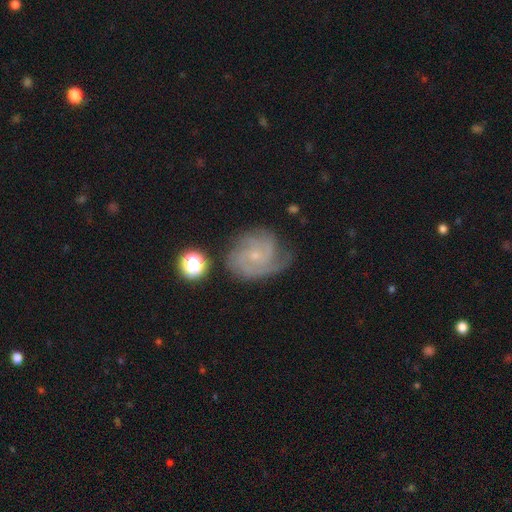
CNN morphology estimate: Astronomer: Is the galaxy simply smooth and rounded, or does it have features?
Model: featured or disk — 83%.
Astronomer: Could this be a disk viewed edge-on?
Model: no — 98%.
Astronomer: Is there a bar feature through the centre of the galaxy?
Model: no — 73%.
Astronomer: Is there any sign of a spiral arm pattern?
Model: yes — 97%.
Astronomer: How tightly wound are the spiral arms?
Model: tight — 59%.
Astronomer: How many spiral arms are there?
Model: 3 — 36% (runner-up: can't tell, 20%).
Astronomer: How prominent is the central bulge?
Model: small — 79%.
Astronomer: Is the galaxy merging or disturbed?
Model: none — 67%.